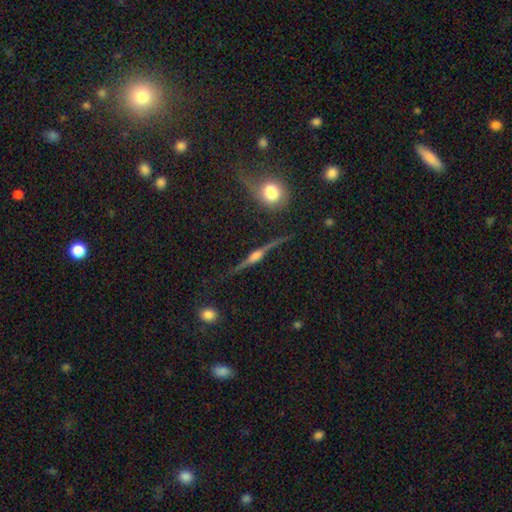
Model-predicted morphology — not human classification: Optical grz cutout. It shows a featured or disk galaxy (84%) viewed edge-on (94%) with a rounded central bulge (82%). Merging: none (82%).